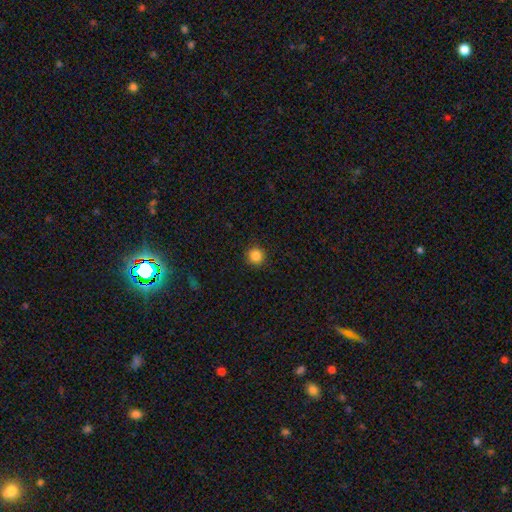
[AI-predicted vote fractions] smooth_or_featured: smooth (p=0.86) [alt: star or artifact p=0.11]
how_rounded: round (p=0.95) [alt: in between p=0.04]
merging: none (p=0.91) [alt: minor disturbance p=0.06]